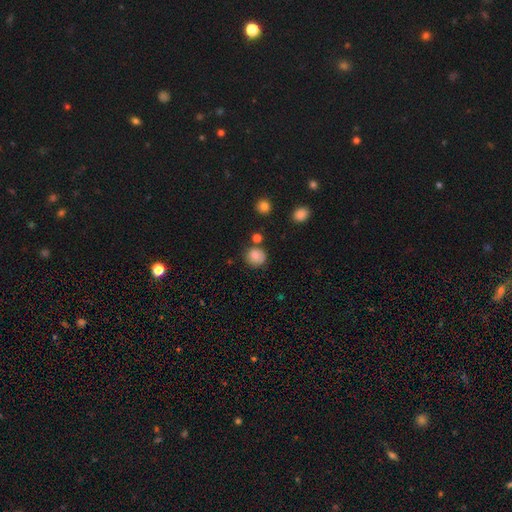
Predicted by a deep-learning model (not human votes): Smooth or featured?
  - smooth: 82% *
  - star or artifact: 10%
  - featured or disk: 8%
How rounded?
  - round: 88% *
  - in between: 11%
  - cigar-shaped: 1%
Merging?
  - none: 73% *
  - minor disturbance: 15%
  - merger: 7%
  - major disturbance: 4%